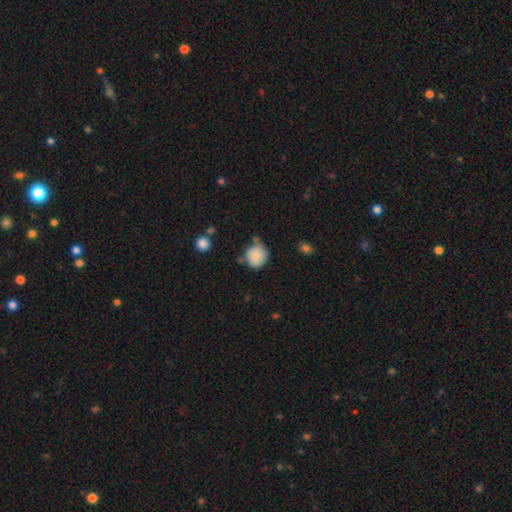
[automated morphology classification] A smooth galaxy with no disk features (83%) that is round (87%). Merging: none (62%).